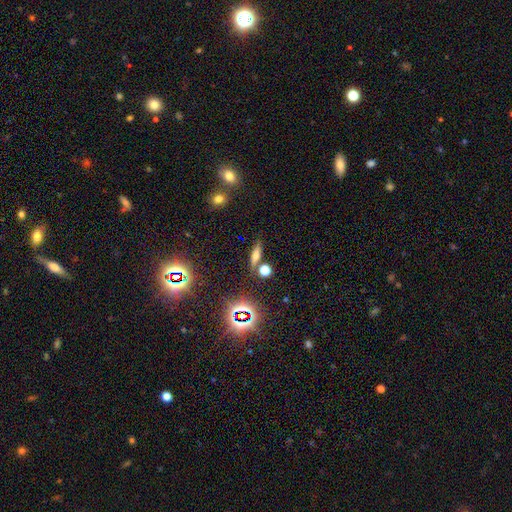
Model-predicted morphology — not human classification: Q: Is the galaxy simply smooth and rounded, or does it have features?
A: smooth — 49%.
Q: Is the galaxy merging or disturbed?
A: none — 78%.